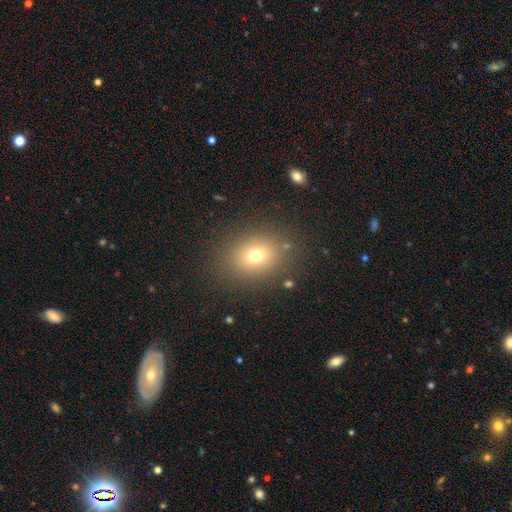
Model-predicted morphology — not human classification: This is likely a smooth galaxy (72%). How rounded: possibly in between (55%). Merging: clearly none (85%).